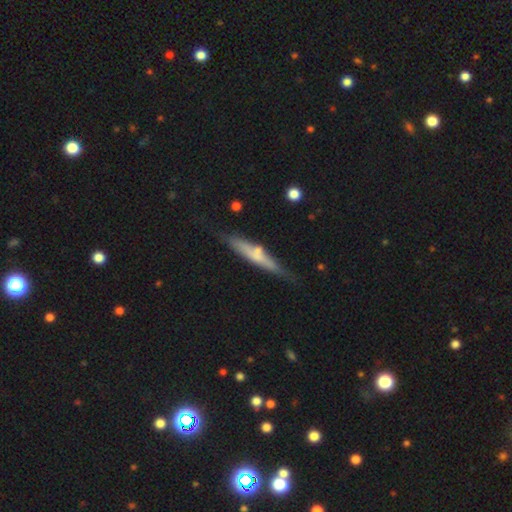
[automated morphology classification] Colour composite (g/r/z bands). It shows a featured or disk galaxy (51%) viewed edge-on (91%). Merging: none (74%).